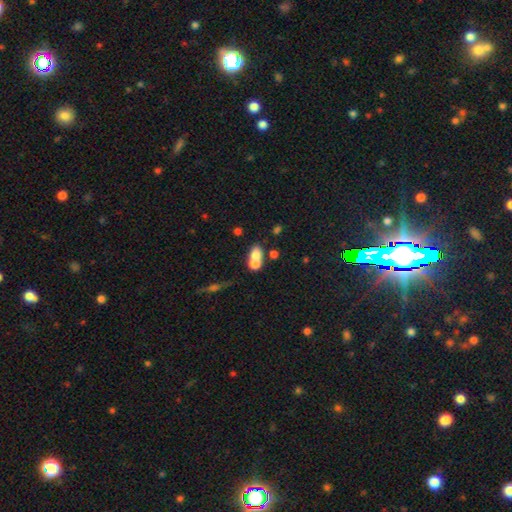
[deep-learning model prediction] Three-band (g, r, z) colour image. It shows a smooth galaxy with no disk features (69%) that is in between round and cigar-shaped (61%). Merging: merger (66%).